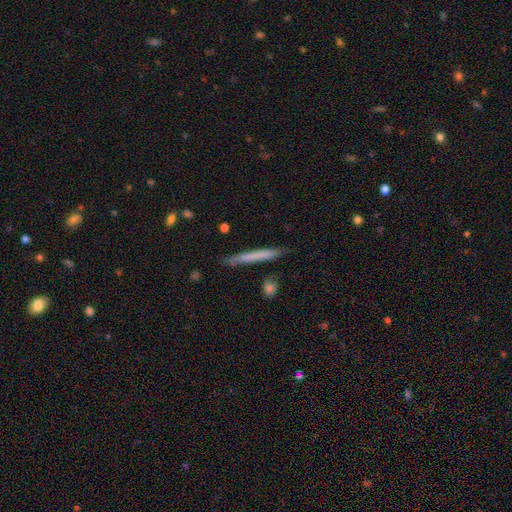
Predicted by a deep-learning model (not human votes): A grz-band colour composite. It shows a smooth galaxy with no disk features (61%) that is cigar-shaped (97%). Merging: none (87%).